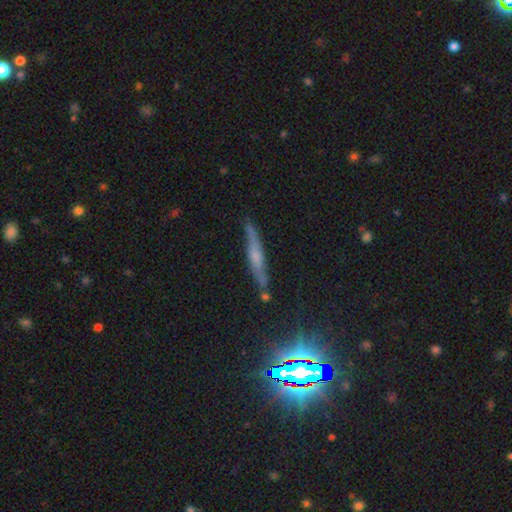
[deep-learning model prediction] Morphology: type=featured or disk (57%); edge-on=yes (91%); edge-on bulge=rounded (65%); merging=none (81%).